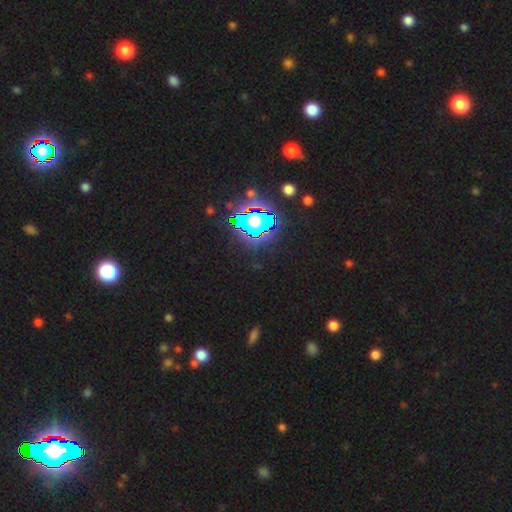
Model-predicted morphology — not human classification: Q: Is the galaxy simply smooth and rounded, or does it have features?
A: star or artifact — 80%.